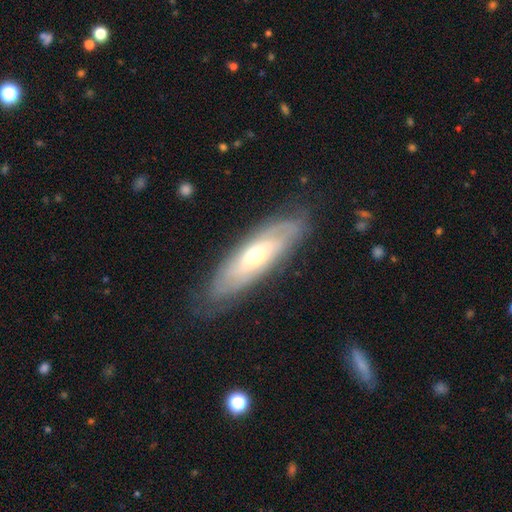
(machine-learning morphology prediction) The model was most divided on "smooth or featured": featured or disk: 67%, smooth: 27%, star or artifact: 6%. More confident: merging — none (78%); edge-on disk — no (70%).